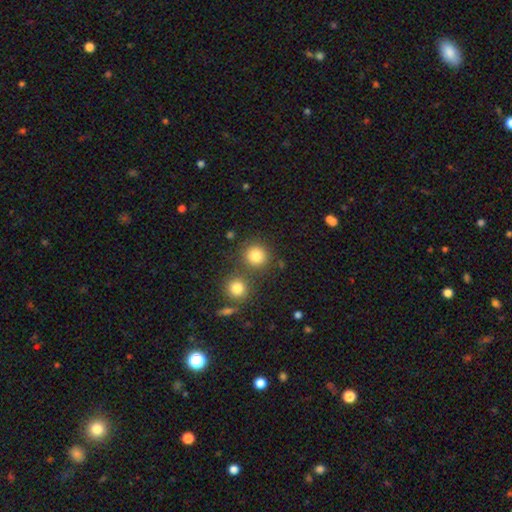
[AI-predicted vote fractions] Smooth or featured: smooth — 82% (star or artifact — 12%)
How rounded: round — 90% (in between — 9%)
Merging: none — 75% (merger — 14%)